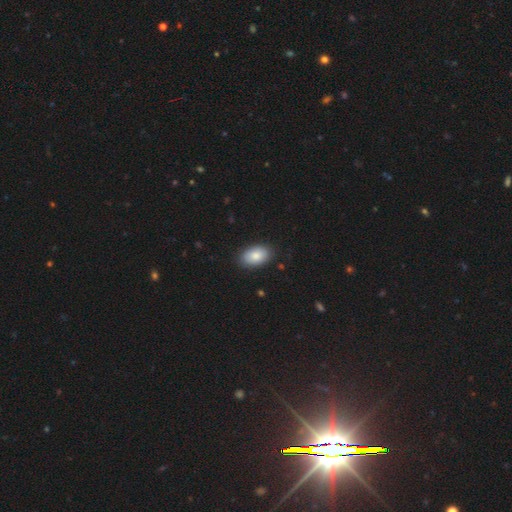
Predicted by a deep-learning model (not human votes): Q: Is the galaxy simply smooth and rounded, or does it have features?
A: smooth — 84%.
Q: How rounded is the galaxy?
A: in between — 92%.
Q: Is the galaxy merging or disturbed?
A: none — 86%.